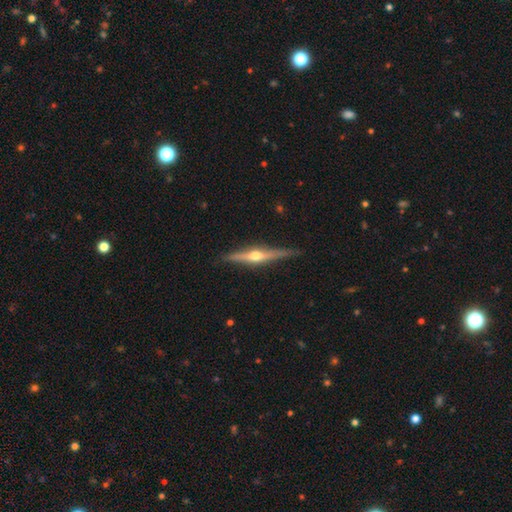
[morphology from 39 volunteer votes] Smooth or featured? featured or disk (85%)
Edge-on disk? yes (100%)
Edge-on bulge? rounded (100%)
Merging? none (85%)